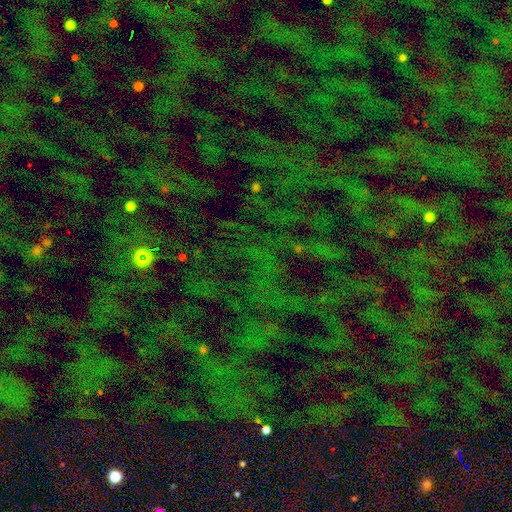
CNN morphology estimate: This appears to be a star or artifact, not a galaxy (70%).